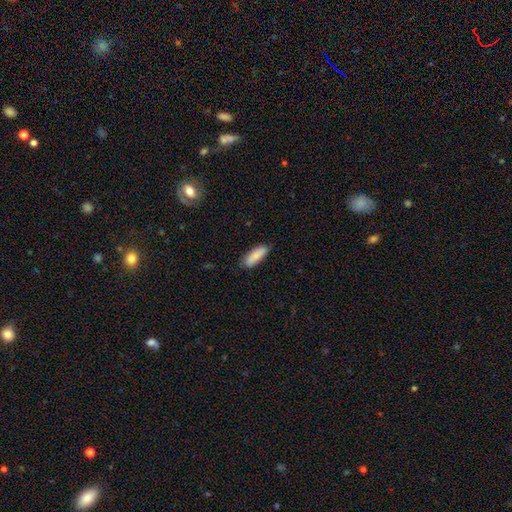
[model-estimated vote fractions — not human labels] Overall: smooth (84%). How rounded: in between (65%; cigar-shaped 34%). Merging: none (82%).